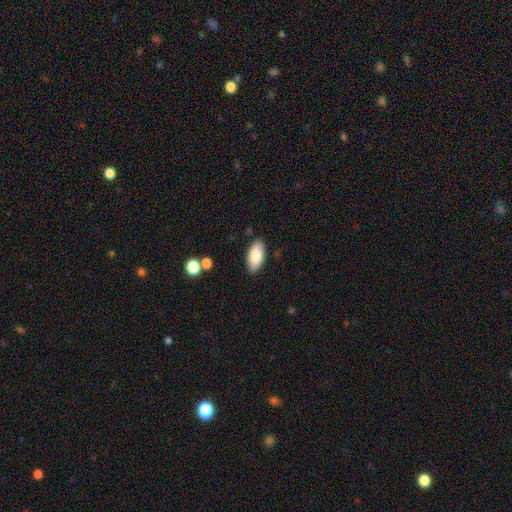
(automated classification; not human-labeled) The model was most divided on "smooth or featured": smooth: 85%, featured or disk: 9%, star or artifact: 7%. More confident: how rounded — in between (92%); merging — none (86%).